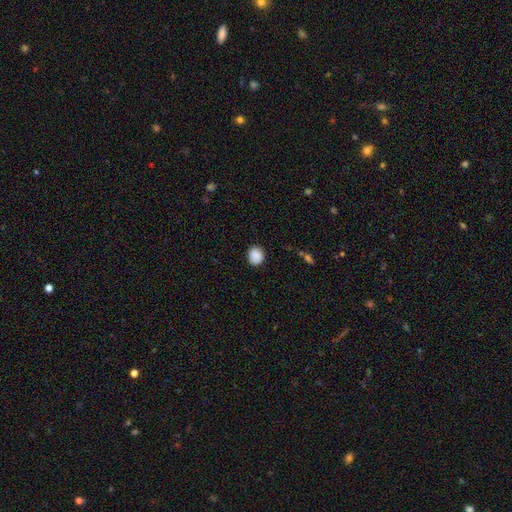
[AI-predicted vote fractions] This appears to be a smooth galaxy with no disk features (88%) that is round (76%). Merging: none (88%).